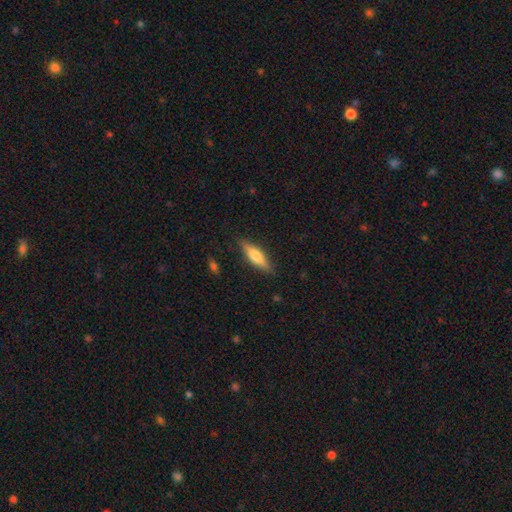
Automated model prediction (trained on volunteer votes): Smooth or featured: smooth — 64% (featured or disk — 30%)
How rounded: cigar-shaped — 60% (in between — 38%)
Merging: none — 85% (minor disturbance — 11%)